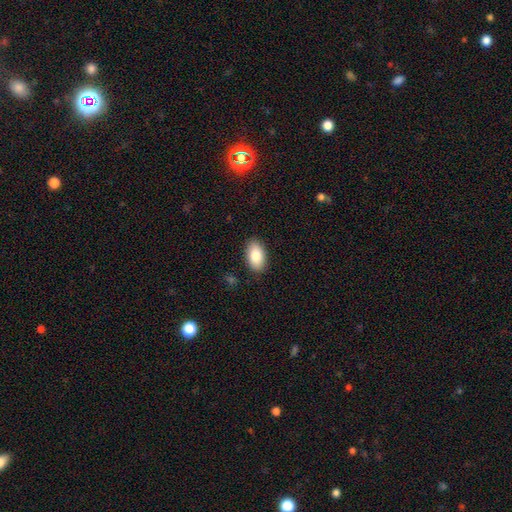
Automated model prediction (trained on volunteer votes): A smooth galaxy with no disk features (82%) that is in between round and cigar-shaped (93%).

Vote fractions:
- Smooth or featured? smooth: 82% / featured or disk: 11% / star or artifact: 7%
- How rounded? in between: 93% / round: 5% / cigar-shaped: 2%
- Merging? none: 88% / minor disturbance: 9% / major disturbance: 2% / merger: 1%